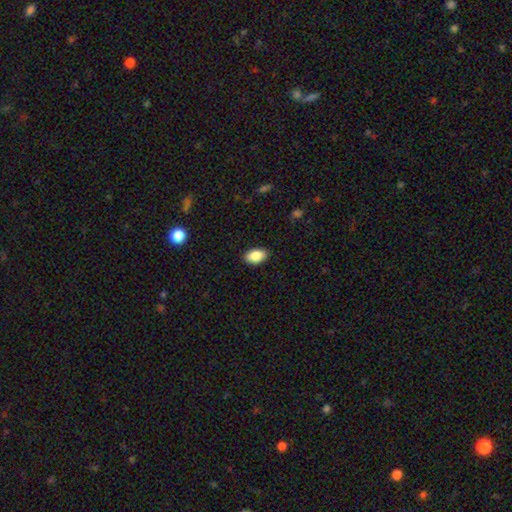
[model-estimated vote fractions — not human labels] Q: Smooth or featured?
A: smooth (86%); runner-up: star or artifact (8%)
Q: How rounded?
A: in between (92%); runner-up: round (7%)
Q: Merging?
A: none (89%); runner-up: minor disturbance (8%)